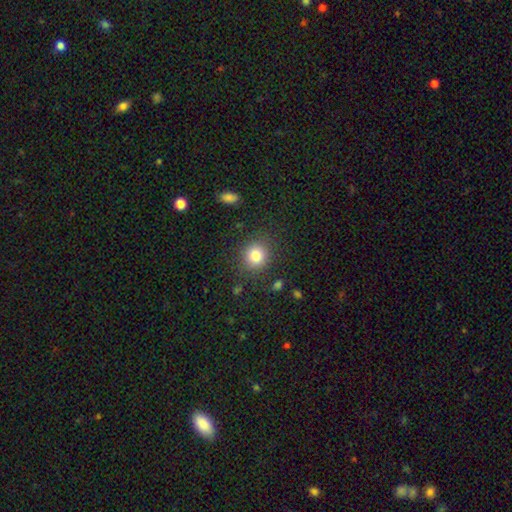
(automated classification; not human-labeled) This appears to be a smooth galaxy with no disk features (82%) that is round (86%). Merging: none (86%).